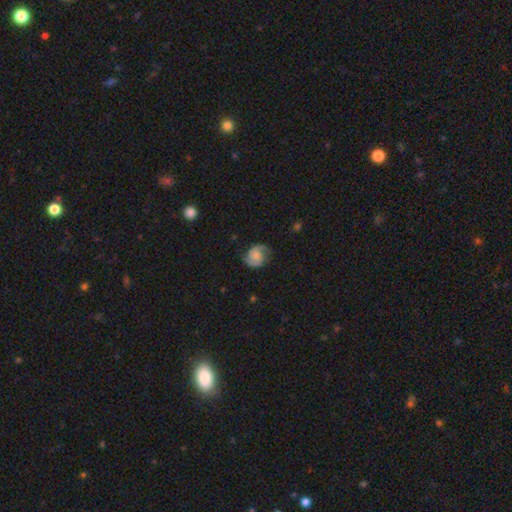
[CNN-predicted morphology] This is likely a featured or disk galaxy (80%). It is clearly not viewed edge-on (98%). Bar: likely no (64%). Spiral arm pattern: clearly yes (97%). Spiral arm count: clearly 2 (92%). Spiral winding: possibly medium (50%). Central bulge: marginally none (32%). Merging: likely none (78%).